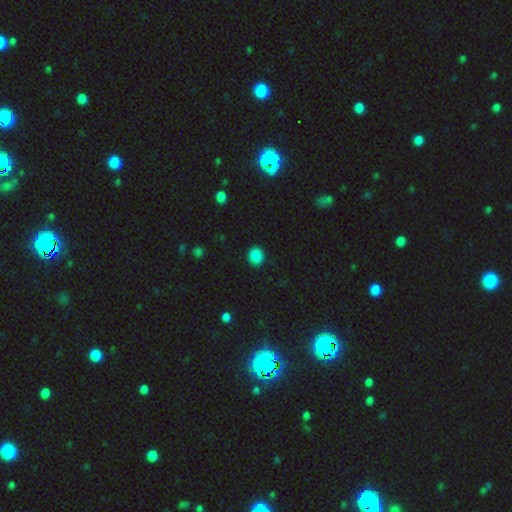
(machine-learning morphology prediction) Overall: smooth (86%). How rounded: round (69%; in between 30%). Merging: none (90%).